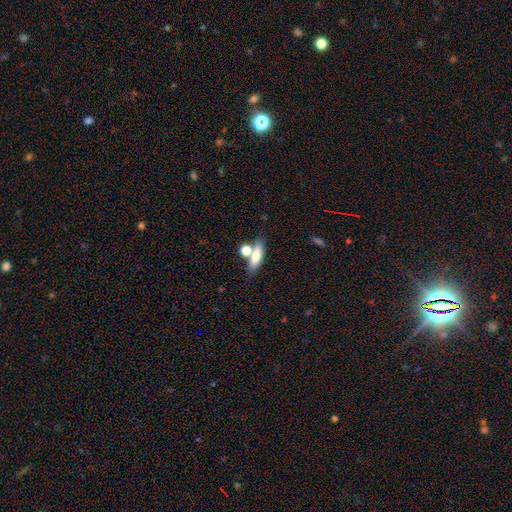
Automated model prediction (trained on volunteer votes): Overall: smooth (70%). How rounded: in between (53%; cigar-shaped 38%). Merging: none (55%; merger 28%).